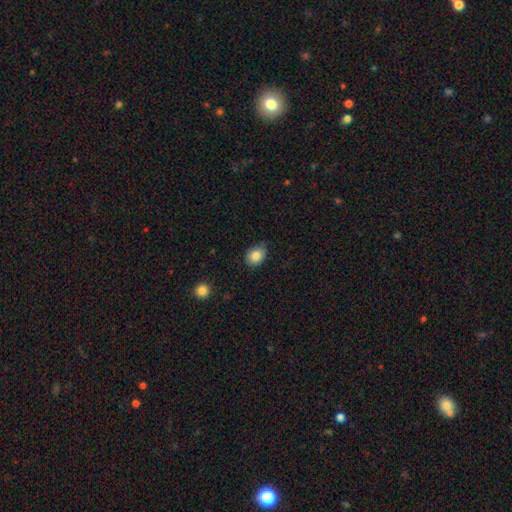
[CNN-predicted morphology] smooth 84%, star or artifact 9%, featured or disk 7%. Down the decision tree: how rounded — in between (53%); merging — none (77%).